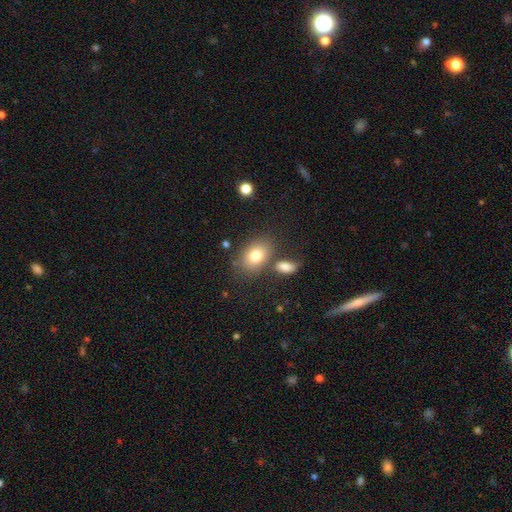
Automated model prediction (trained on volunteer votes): Smooth or featured?
  - smooth: 79% *
  - featured or disk: 13%
  - star or artifact: 9%
How rounded?
  - in between: 81% *
  - round: 18%
  - cigar-shaped: 1%
Merging?
  - none: 69% *
  - merger: 14%
  - minor disturbance: 13%
  - major disturbance: 5%